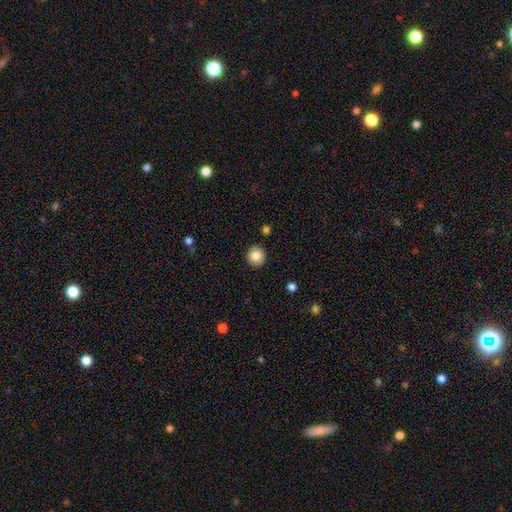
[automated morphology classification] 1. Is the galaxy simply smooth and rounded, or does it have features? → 85% smooth, 9% star or artifact, 6% featured or disk.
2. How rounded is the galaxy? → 91% round, 8% in between, 1% cigar-shaped.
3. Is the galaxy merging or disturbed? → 91% none, 6% minor disturbance, 2% major disturbance, 1% merger.